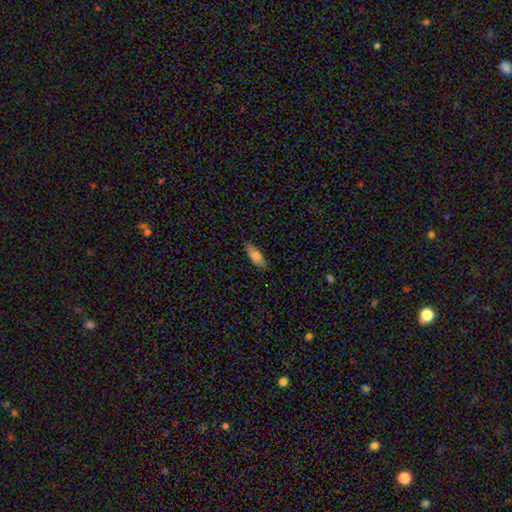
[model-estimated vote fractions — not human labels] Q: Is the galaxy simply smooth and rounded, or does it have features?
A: smooth — 78%.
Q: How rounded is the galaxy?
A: in between — 69%.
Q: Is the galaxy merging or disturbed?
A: none — 84%.